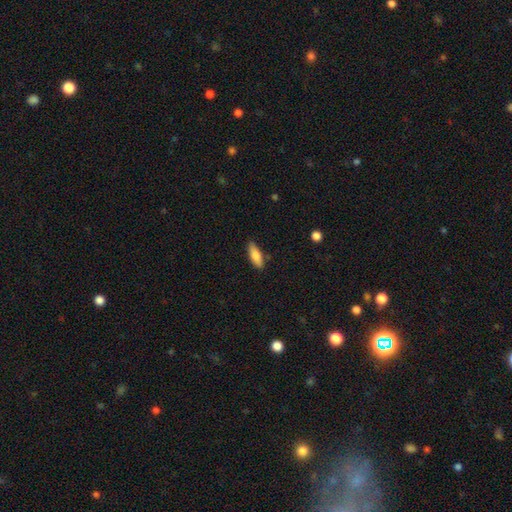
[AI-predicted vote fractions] Smooth or featured? Predicted: smooth (p=0.80). How rounded? Predicted: in between (p=0.63). Merging? Predicted: none (p=0.83).